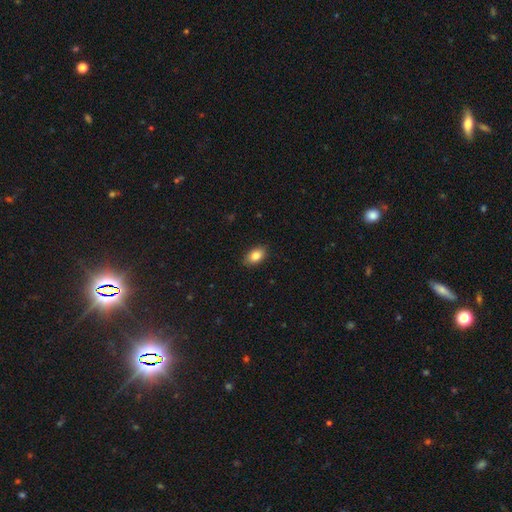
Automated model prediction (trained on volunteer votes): Q: Smooth or featured?
A: smooth (85%); runner-up: star or artifact (8%)
Q: How rounded?
A: in between (89%); runner-up: round (9%)
Q: Merging?
A: none (87%); runner-up: minor disturbance (10%)